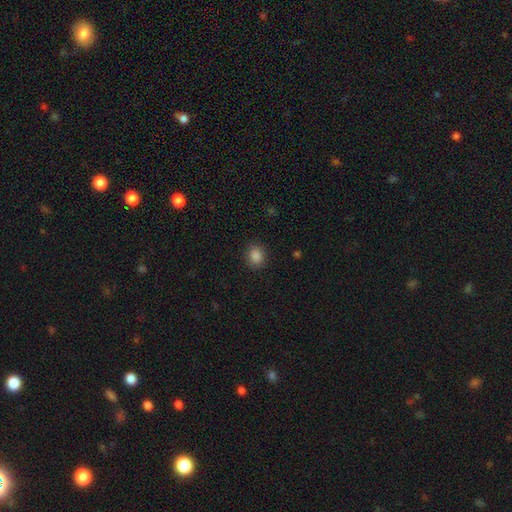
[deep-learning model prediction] Q: Smooth or featured?
A: smooth (86%); runner-up: star or artifact (11%)
Q: How rounded?
A: round (75%); runner-up: in between (24%)
Q: Merging?
A: none (89%); runner-up: minor disturbance (7%)